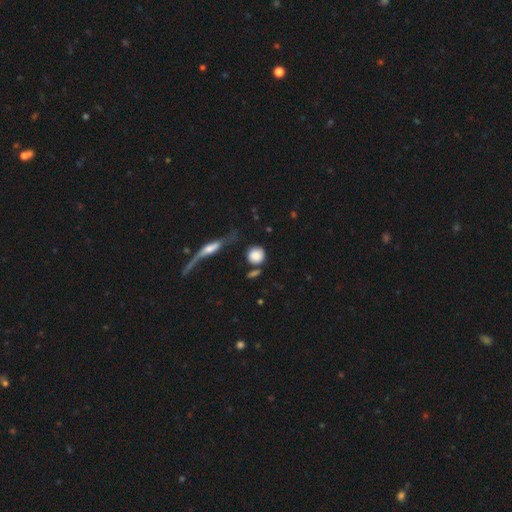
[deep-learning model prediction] Smooth or featured?
  - smooth: 81% *
  - featured or disk: 11%
  - star or artifact: 8%
How rounded?
  - round: 89% *
  - in between: 8%
  - cigar-shaped: 3%
Merging?
  - none: 66% *
  - minor disturbance: 15%
  - merger: 12%
  - major disturbance: 7%